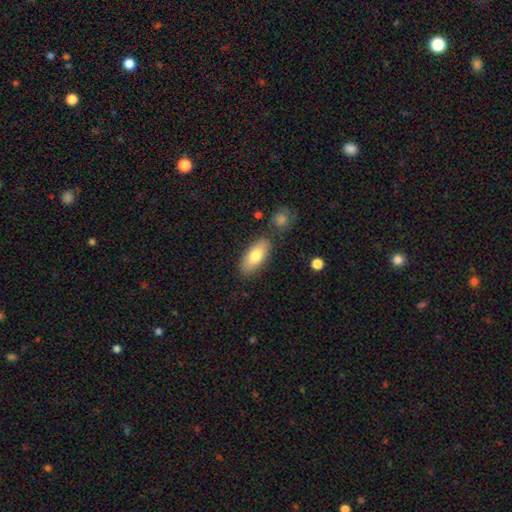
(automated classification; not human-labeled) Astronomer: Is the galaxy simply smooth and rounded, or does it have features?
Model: smooth — 77%.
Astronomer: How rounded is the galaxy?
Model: in between — 87%.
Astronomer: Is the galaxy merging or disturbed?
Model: none — 80%.